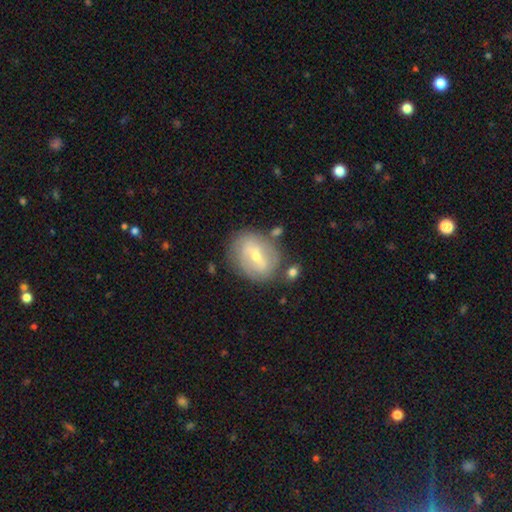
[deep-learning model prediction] Smooth or featured?
  - featured or disk: 60% *
  - smooth: 33%
  - star or artifact: 7%
Edge-on disk?
  - no: 94% *
  - yes: 6%
Bar?
  - weak: 45% *
  - strong: 32%
  - no: 23%
Spiral arms?
  - no: 51% *
  - yes: 49%
Bulge size?
  - small: 50% *
  - moderate: 47%
  - large: 2%
  - none: 1%
  - dominant: 1%
Merging?
  - none: 70% *
  - minor disturbance: 18%
  - major disturbance: 7%
  - merger: 5%